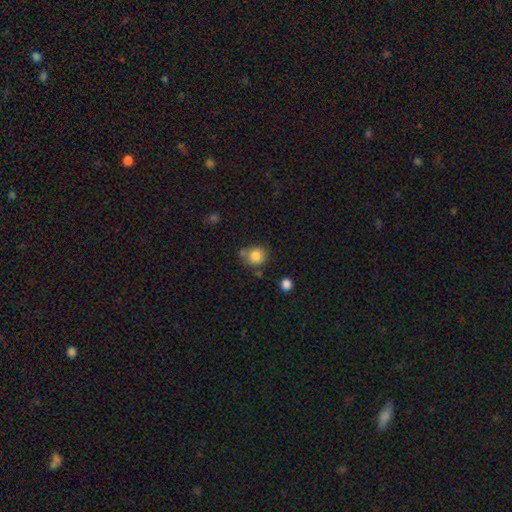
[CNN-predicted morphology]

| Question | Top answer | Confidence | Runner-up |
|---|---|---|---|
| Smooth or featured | smooth | 83% | star or artifact (9%) |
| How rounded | round | 77% | in between (22%) |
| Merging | none | 62% | minor disturbance (19%) |